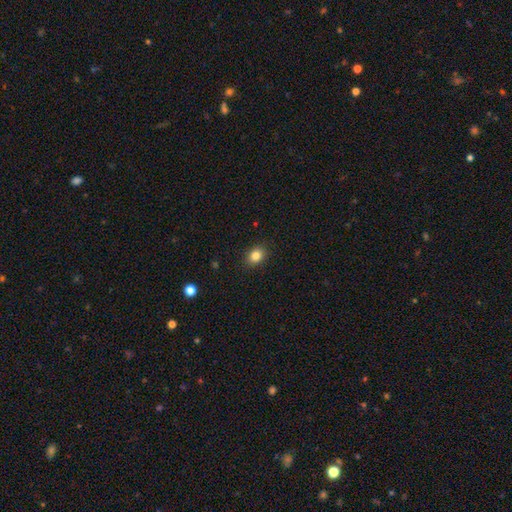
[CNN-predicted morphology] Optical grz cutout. It shows a smooth galaxy with no disk features (84%) that is in between round and cigar-shaped (57%). Merging: none (89%).